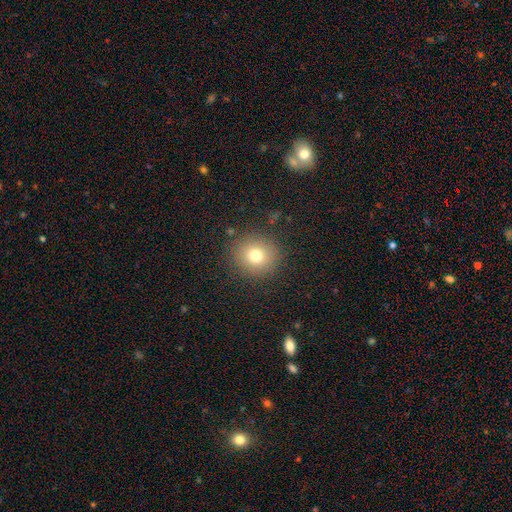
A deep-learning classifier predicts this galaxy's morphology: smooth-or-featured: smooth: 76% | star or artifact: 14% | featured or disk: 10%
  how-rounded: round: 91% | in between: 8% | cigar-shaped: 1%
  merging: none: 89% | minor disturbance: 7% | major disturbance: 3% | merger: 1%